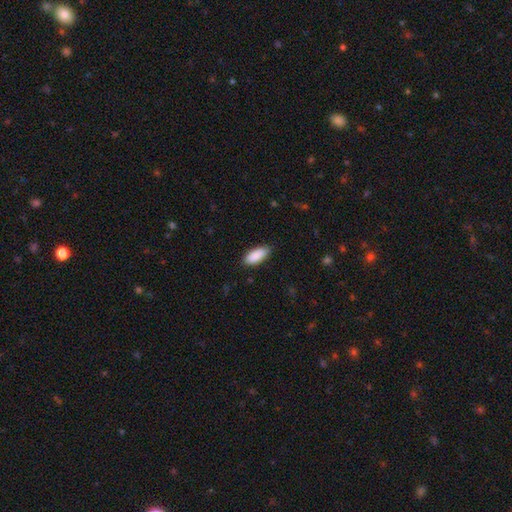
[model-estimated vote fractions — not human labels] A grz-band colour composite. It shows a smooth galaxy with no disk features (90%) that is in between round and cigar-shaped (85%). Merging: none (82%).